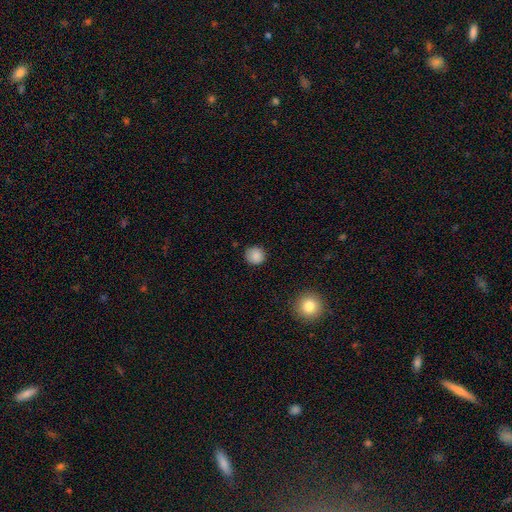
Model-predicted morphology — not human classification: Smooth or featured? Predicted: smooth (p=0.87). How rounded? Predicted: round (p=0.92). Merging? Predicted: none (p=0.87).